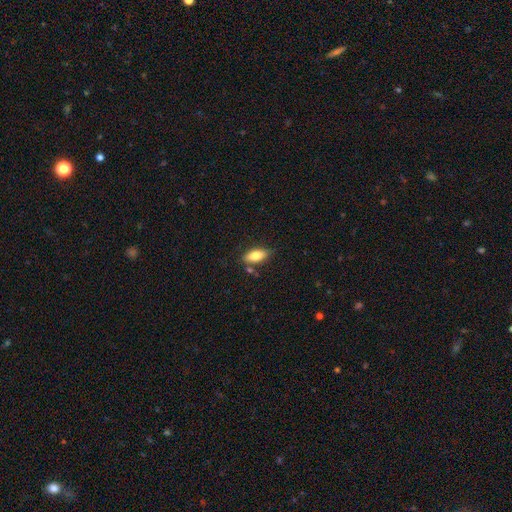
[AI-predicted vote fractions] Smooth or featured? smooth (78%)
How rounded? in between (83%)
Merging? none (76%)